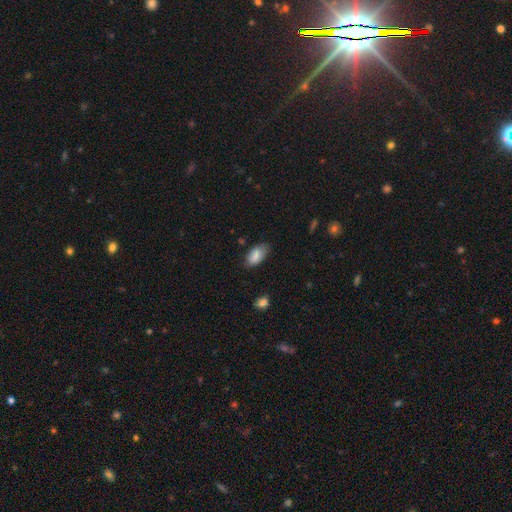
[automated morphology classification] Smooth or featured? Predicted: smooth (p=0.82). How rounded? Predicted: in between (p=0.93). Merging? Predicted: none (p=0.72).